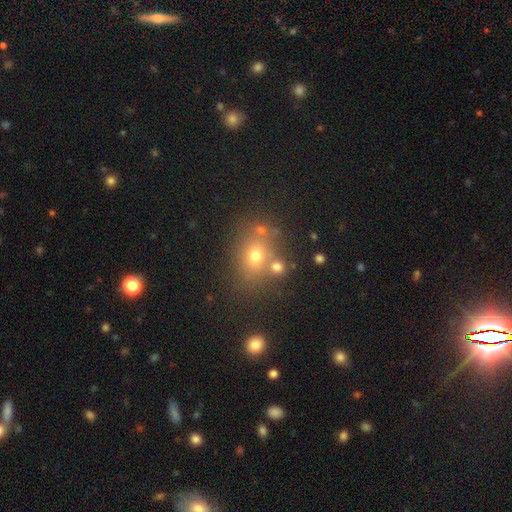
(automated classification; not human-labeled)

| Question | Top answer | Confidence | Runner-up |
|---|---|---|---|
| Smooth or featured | smooth | 66% | star or artifact (19%) |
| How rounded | round | 53% | in between (46%) |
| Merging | none | 64% | merger (18%) |